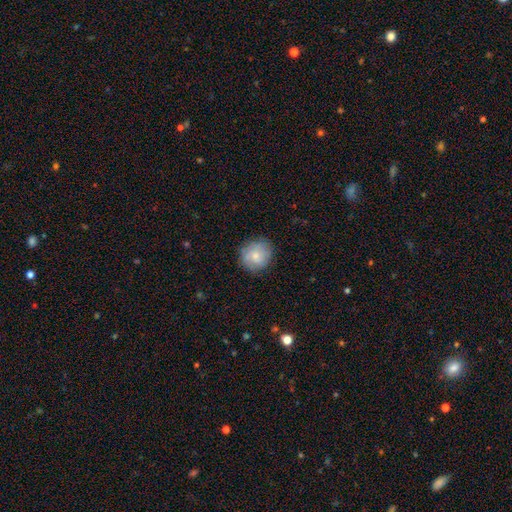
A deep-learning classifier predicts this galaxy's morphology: type=smooth (70%); roundness=round (88%); merging=none (82%).